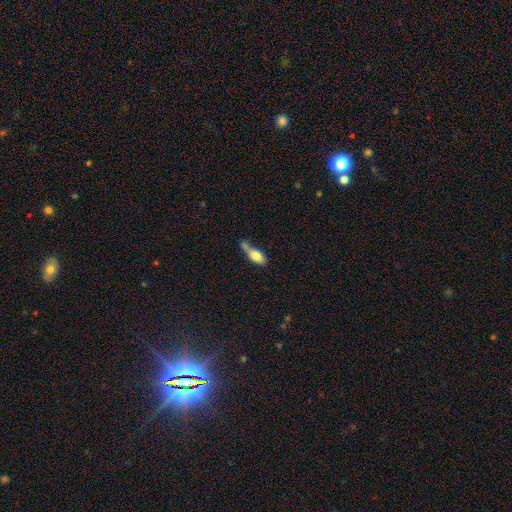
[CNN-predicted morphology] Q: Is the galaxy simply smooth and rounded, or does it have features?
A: smooth — 76%.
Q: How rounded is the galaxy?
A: in between — 80%.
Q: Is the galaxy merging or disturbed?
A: merger — 40%.